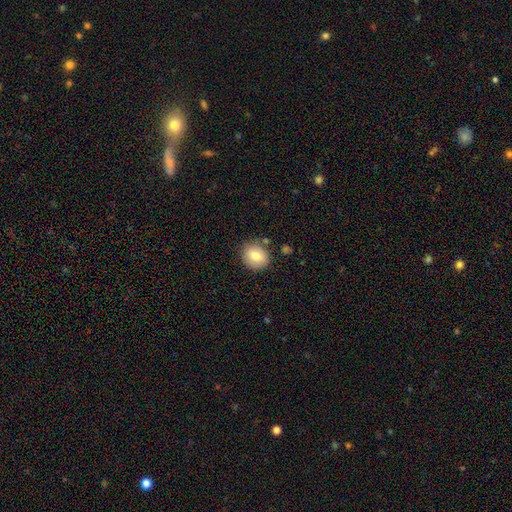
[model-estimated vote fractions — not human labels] A smooth galaxy with no disk features (79%) that is round (70%). Merging: none (81%).